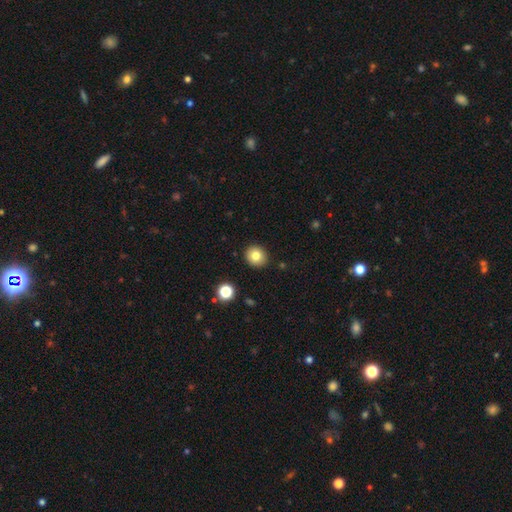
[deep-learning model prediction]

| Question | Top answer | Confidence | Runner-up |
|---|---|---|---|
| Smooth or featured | smooth | 80% | star or artifact (11%) |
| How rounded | round | 85% | in between (14%) |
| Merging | none | 90% | minor disturbance (6%) |